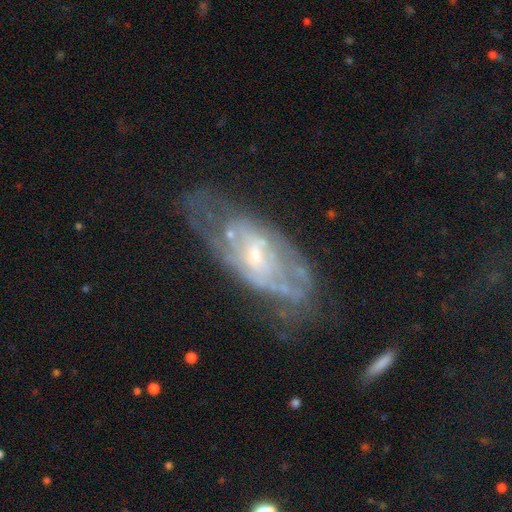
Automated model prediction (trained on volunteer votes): This is likely a featured or disk galaxy (75%). It is clearly not viewed edge-on (88%). Bar: possibly no (54%). Spiral arm pattern: likely yes (62%). Central bulge: possibly small (54%). Merging: possibly none (56%).